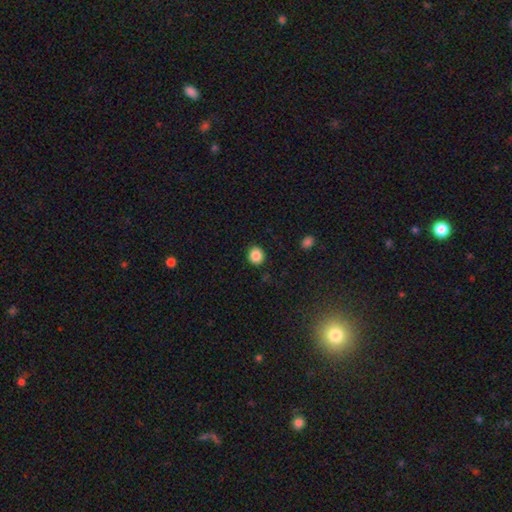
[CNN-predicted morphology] Smooth or featured?
  - smooth: 87% *
  - star or artifact: 10%
  - featured or disk: 3%
How rounded?
  - round: 83% *
  - in between: 16%
  - cigar-shaped: 1%
Merging?
  - none: 91% *
  - minor disturbance: 6%
  - major disturbance: 2%
  - merger: 1%